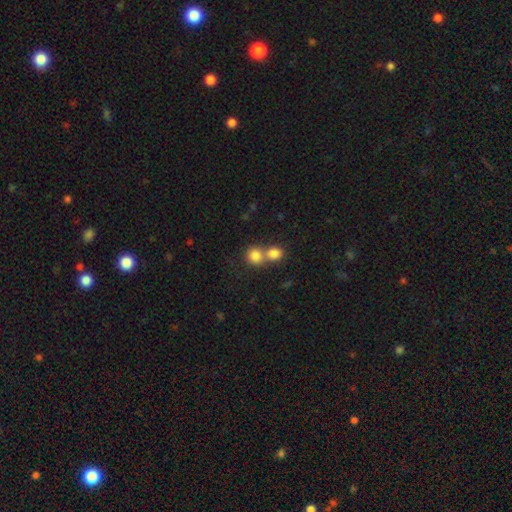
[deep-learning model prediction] Q: Smooth or featured?
A: smooth (82%); runner-up: star or artifact (10%)
Q: How rounded?
A: round (81%); runner-up: in between (17%)
Q: Merging?
A: merger (57%); runner-up: none (35%)